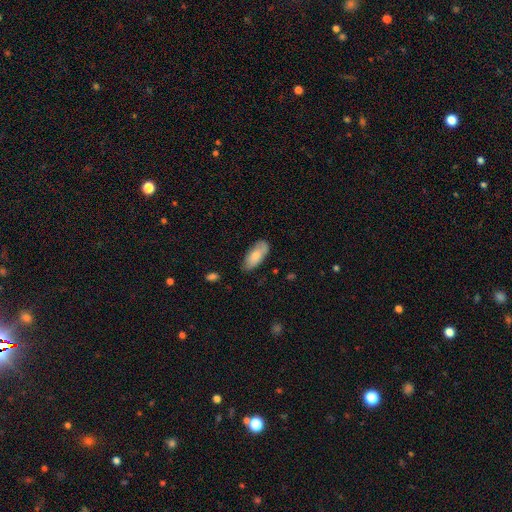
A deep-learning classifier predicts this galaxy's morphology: This appears to be a smooth galaxy with no disk features (77%) that is in between round and cigar-shaped (87%). Merging: none (71%).